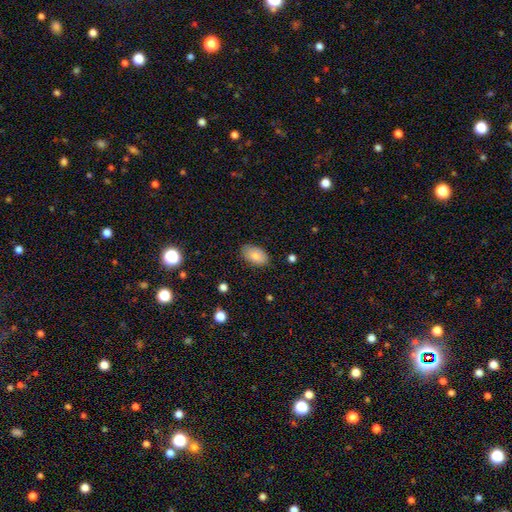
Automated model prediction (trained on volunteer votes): Smooth or featured: smooth — 81% (featured or disk — 11%)
How rounded: in between — 92% (round — 6%)
Merging: none — 83% (minor disturbance — 13%)